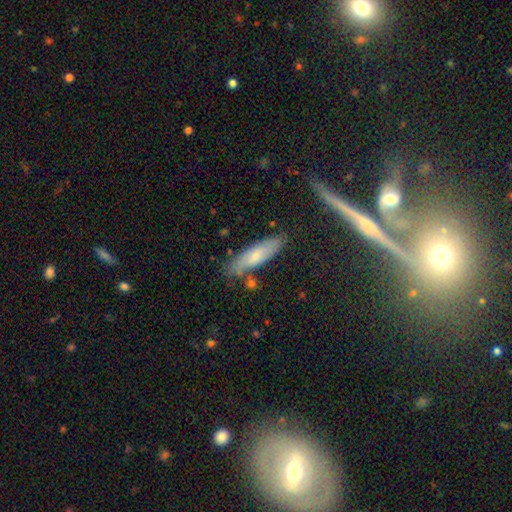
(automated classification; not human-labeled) Smooth or featured?
  - smooth: 64% *
  - featured or disk: 30%
  - star or artifact: 7%
How rounded?
  - cigar-shaped: 66% *
  - in between: 33%
  - round: 2%
Merging?
  - none: 76% *
  - minor disturbance: 16%
  - merger: 5%
  - major disturbance: 3%